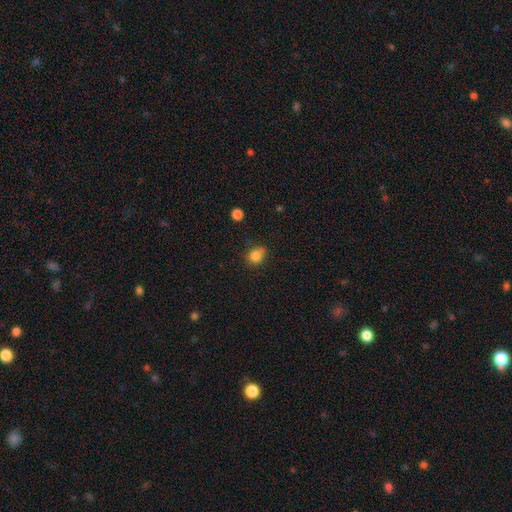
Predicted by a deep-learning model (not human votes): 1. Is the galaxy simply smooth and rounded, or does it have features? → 82% smooth, 11% star or artifact, 7% featured or disk.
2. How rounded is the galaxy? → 63% round, 36% in between, 1% cigar-shaped.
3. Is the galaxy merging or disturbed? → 68% none, 24% minor disturbance, 5% major disturbance, 3% merger.